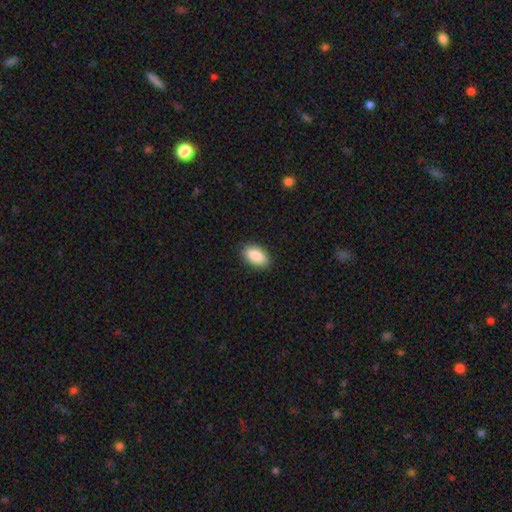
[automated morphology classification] smooth 89%, star or artifact 6%, featured or disk 5%. Down the decision tree: how rounded — in between (93%); merging — none (89%).